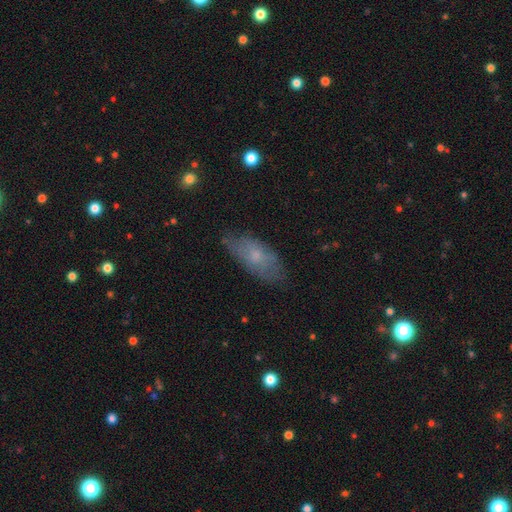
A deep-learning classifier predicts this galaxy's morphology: smooth 60%, featured or disk 32%, star or artifact 8%. Down the decision tree: how rounded — in between (83%); merging — none (67%).